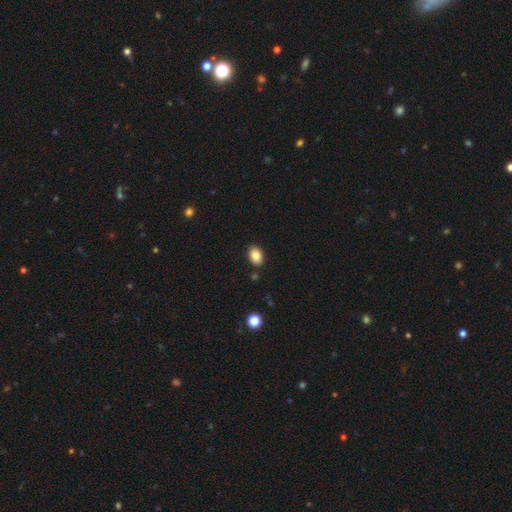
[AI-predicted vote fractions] This is clearly a smooth galaxy (87%). How rounded: clearly in between (84%). Merging: clearly none (87%).